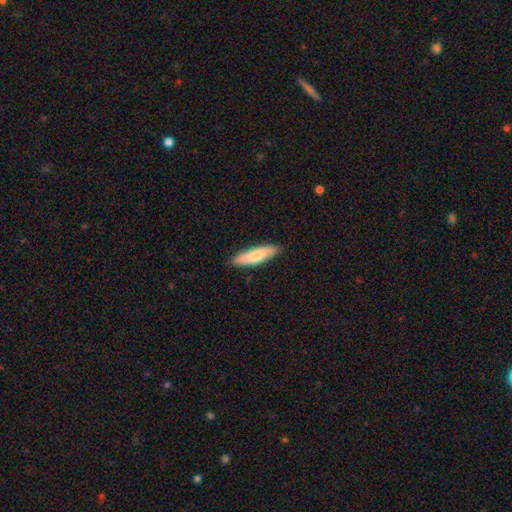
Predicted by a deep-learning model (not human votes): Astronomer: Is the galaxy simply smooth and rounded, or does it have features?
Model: smooth — 70%.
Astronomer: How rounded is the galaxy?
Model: cigar-shaped — 65%.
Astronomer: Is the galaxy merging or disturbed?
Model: none — 87%.